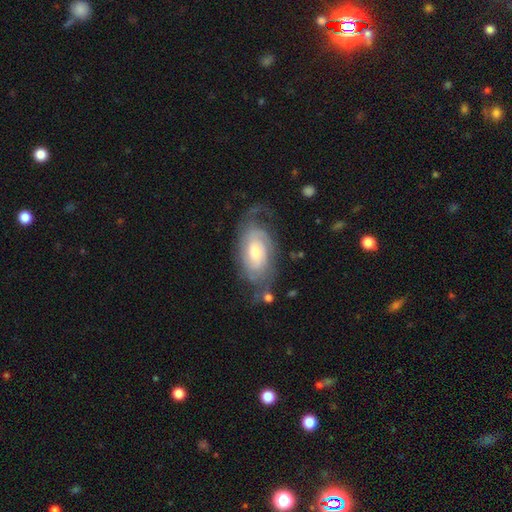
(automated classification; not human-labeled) Overall: featured or disk (76%). Edge-on disk: no (94%). Bar: no (62%; weak 31%). Spiral arms: yes (90%). Spiral arm count: can't tell (38%, tied with 2). Spiral winding: tight (55%; medium 32%). Bulge size: moderate (55%; small 31%). Merging: none (63%).